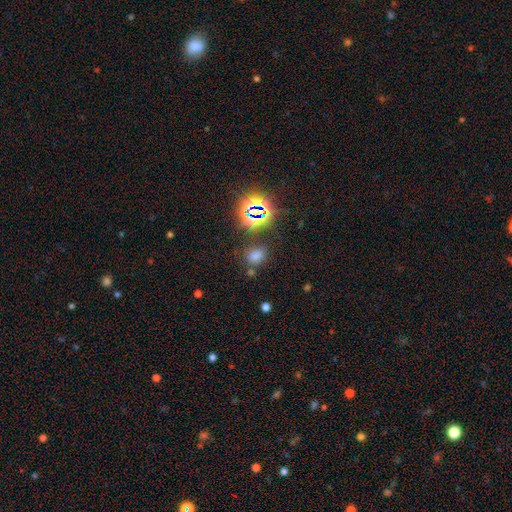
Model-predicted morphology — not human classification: A smooth galaxy with no disk features (59%) that is in between round and cigar-shaped (51%).

Vote fractions:
- Smooth or featured? smooth: 59% / star or artifact: 34% / featured or disk: 7%
- How rounded? in between: 51% / round: 47% / cigar-shaped: 2%
- Merging? none: 73% / minor disturbance: 14% / merger: 7% / major disturbance: 6%